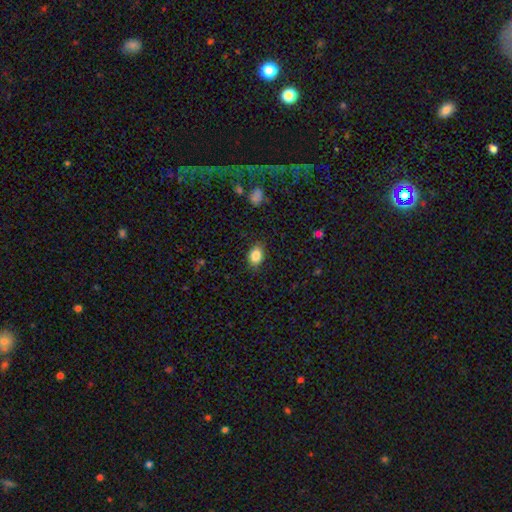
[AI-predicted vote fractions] This is clearly a smooth galaxy (85%). How rounded: likely in between (74%). Merging: clearly none (84%).